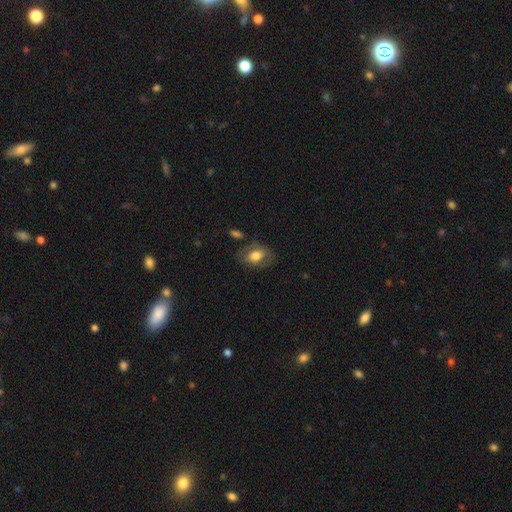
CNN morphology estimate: Smooth or featured: smooth — 65% (featured or disk — 28%)
How rounded: in between — 79% (round — 19%)
Merging: none — 68% (minor disturbance — 19%)